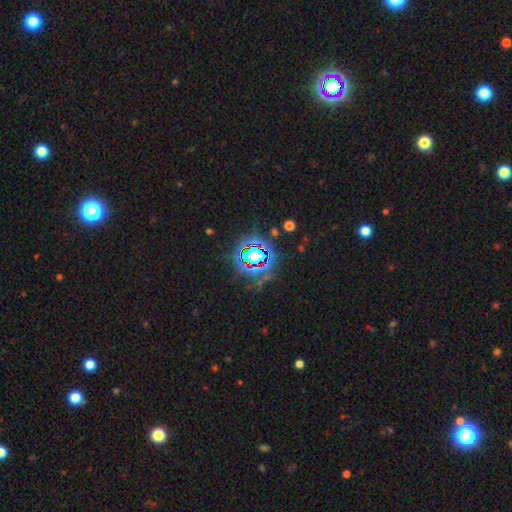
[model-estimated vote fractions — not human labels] Smooth or featured? star or artifact (73%)